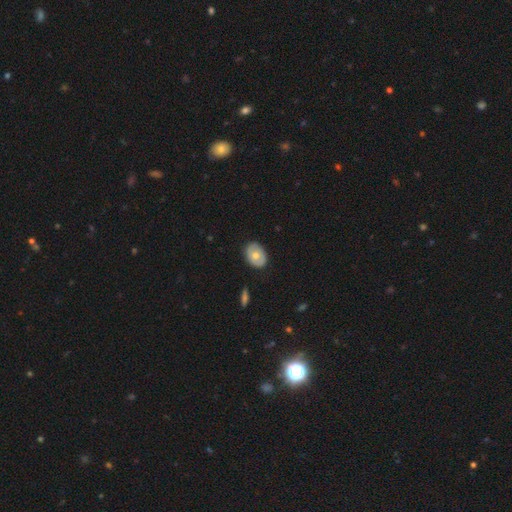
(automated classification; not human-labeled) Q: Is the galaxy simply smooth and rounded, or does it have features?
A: smooth — 62%.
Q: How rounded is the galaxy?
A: in between — 73%.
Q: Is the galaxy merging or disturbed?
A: none — 84%.